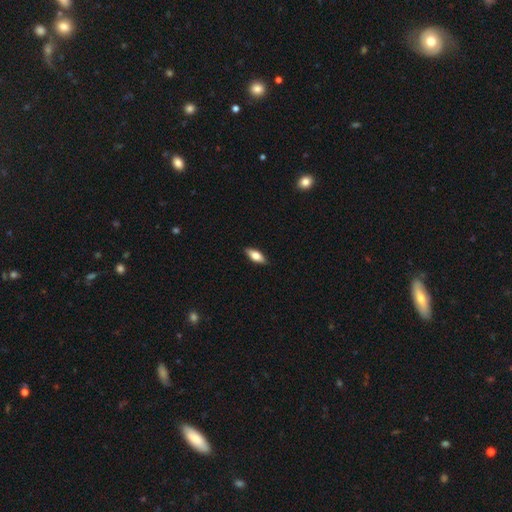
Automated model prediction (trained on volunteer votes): smooth_or_featured: smooth (p=0.70) [alt: featured or disk p=0.23]
how_rounded: in between (p=0.76) [alt: cigar-shaped p=0.21]
merging: none (p=0.88) [alt: minor disturbance p=0.10]